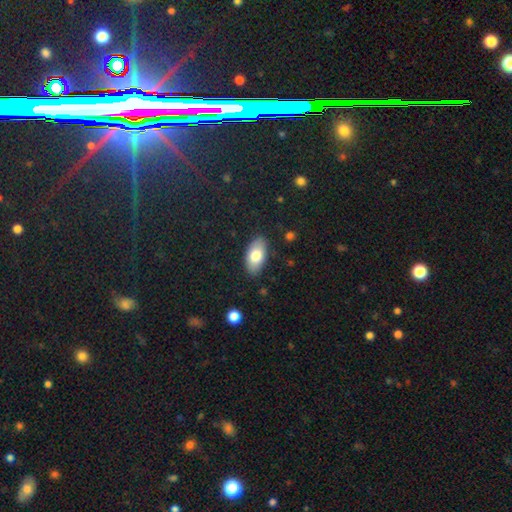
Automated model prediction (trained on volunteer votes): Smooth or featured: smooth — 78% (featured or disk — 16%)
How rounded: in between — 93% (cigar-shaped — 4%)
Merging: none — 85% (minor disturbance — 11%)